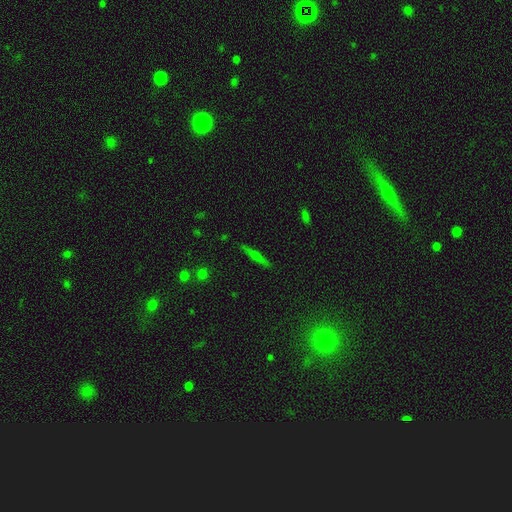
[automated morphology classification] The model was most divided on "smooth or featured": featured or disk: 60%, smooth: 29%, star or artifact: 11%. More confident: edge-on disk — yes (96%); merging — none (89%); edge-on bulge — rounded (84%).